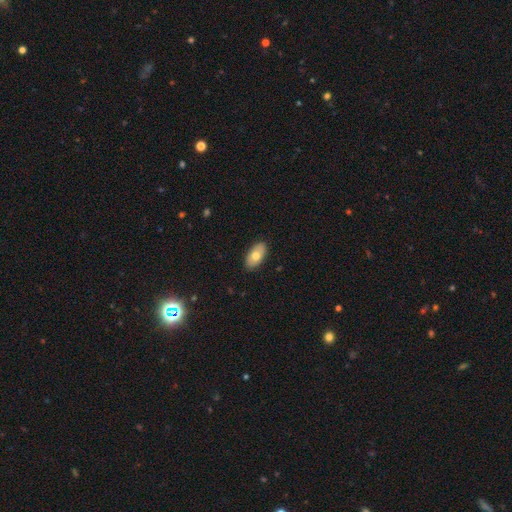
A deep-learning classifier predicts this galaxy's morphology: smooth-or-featured: smooth: 72% | featured or disk: 21% | star or artifact: 6%
  how-rounded: in between: 93% | cigar-shaped: 3% | round: 3%
  merging: none: 88% | minor disturbance: 9% | major disturbance: 2% | merger: 1%